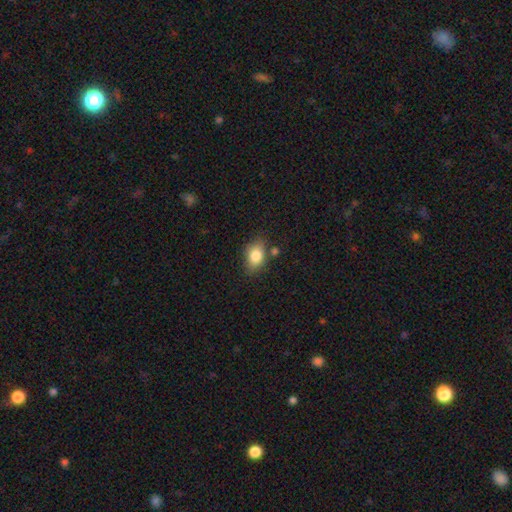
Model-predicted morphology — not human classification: type=smooth (82%); roundness=in between (78%); merging=none (71%).